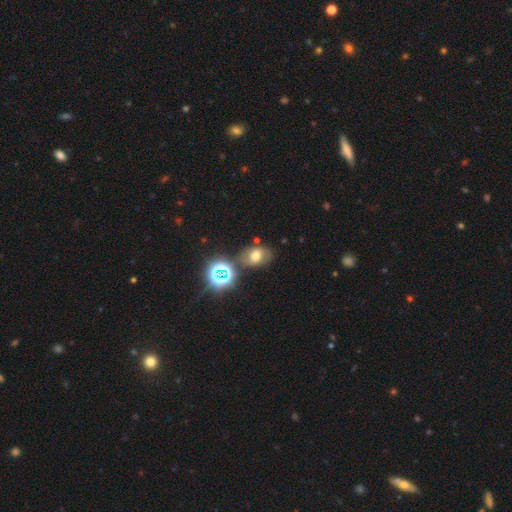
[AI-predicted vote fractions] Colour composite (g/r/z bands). It shows a smooth galaxy with no disk features (54%) that is in between round and cigar-shaped (69%). Merging: none (67%).